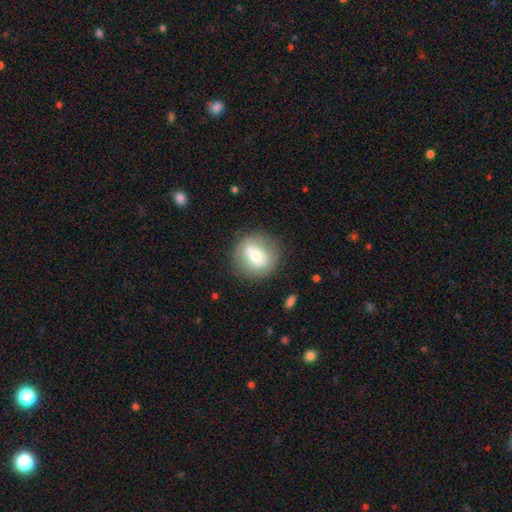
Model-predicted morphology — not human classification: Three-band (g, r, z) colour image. It shows a smooth galaxy with no disk features (62%) that is round (82%). Merging: none (79%).